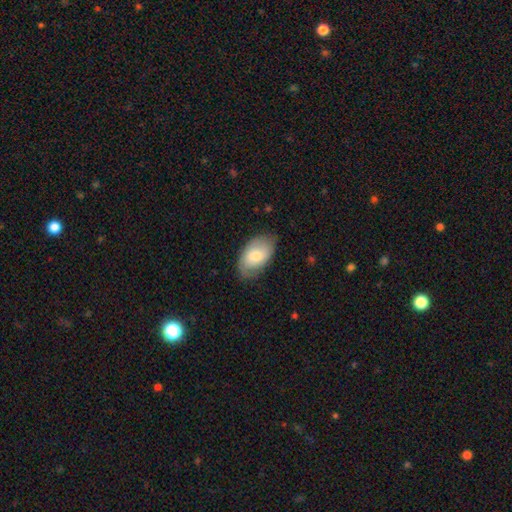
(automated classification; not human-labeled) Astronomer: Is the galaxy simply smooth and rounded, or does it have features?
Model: smooth — 68%.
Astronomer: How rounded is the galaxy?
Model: in between — 93%.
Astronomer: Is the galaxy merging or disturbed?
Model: none — 73%.